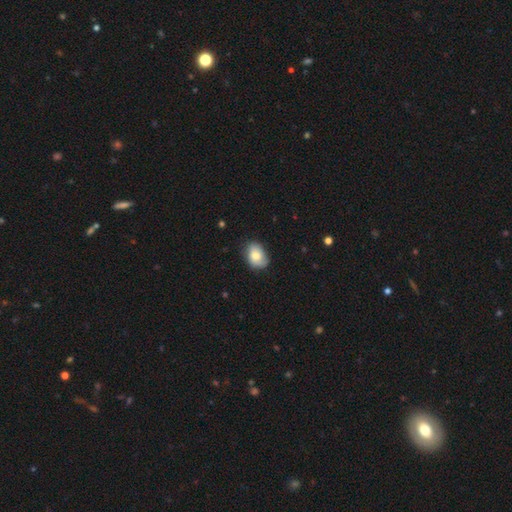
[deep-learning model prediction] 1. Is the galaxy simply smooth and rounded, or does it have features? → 73% smooth, 19% featured or disk, 7% star or artifact.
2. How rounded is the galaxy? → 78% in between, 21% round, 1% cigar-shaped.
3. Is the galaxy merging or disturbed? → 65% none, 28% minor disturbance, 6% major disturbance, 1% merger.